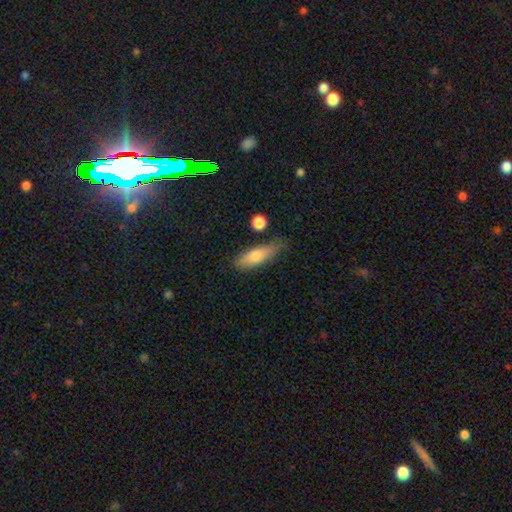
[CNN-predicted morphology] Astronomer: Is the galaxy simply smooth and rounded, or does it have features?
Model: smooth — 75%.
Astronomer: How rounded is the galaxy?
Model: in between — 55% (runner-up: cigar-shaped, 41%).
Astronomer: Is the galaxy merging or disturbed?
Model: none — 60%.